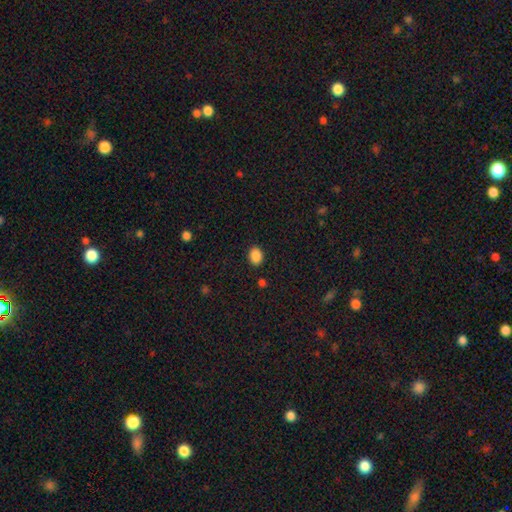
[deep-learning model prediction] Overall: smooth (88%). How rounded: in between (68%; round 31%). Merging: none (88%).